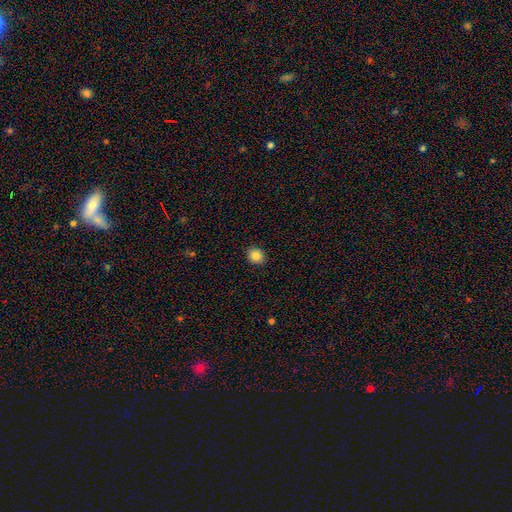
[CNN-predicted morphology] Smooth or featured? smooth (85%)
How rounded? round (74%)
Merging? none (91%)